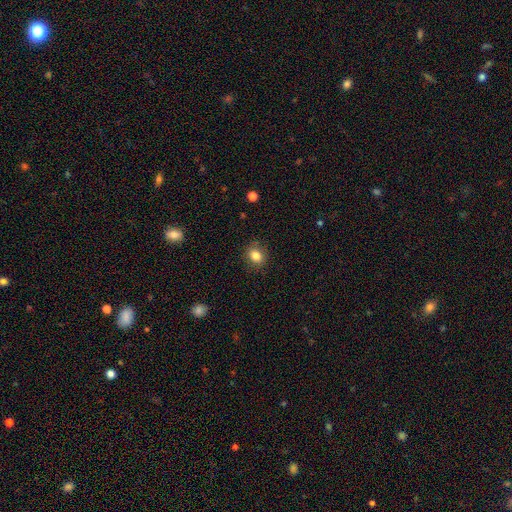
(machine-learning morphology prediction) Smooth or featured? smooth (84%)
How rounded? round (55%)
Merging? none (85%)